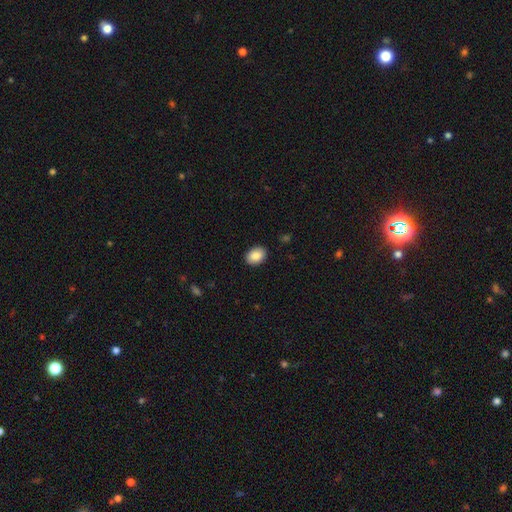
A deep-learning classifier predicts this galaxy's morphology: Smooth or featured?
  - smooth: 87% *
  - star or artifact: 7%
  - featured or disk: 6%
How rounded?
  - in between: 70% *
  - round: 29%
  - cigar-shaped: 1%
Merging?
  - none: 90% *
  - minor disturbance: 7%
  - major disturbance: 2%
  - merger: 1%